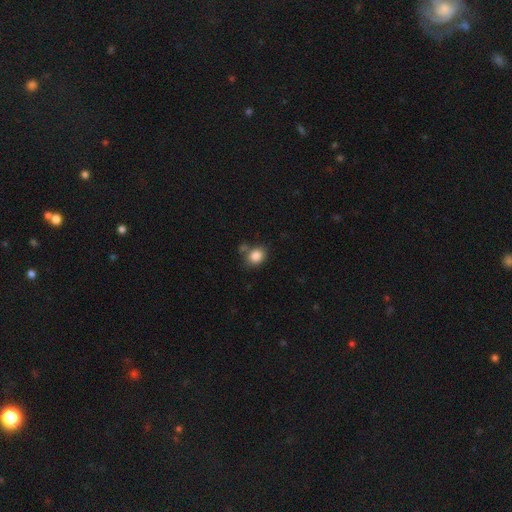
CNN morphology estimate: A smooth galaxy with no disk features (86%) that is round (55%). Merging: none (65%).